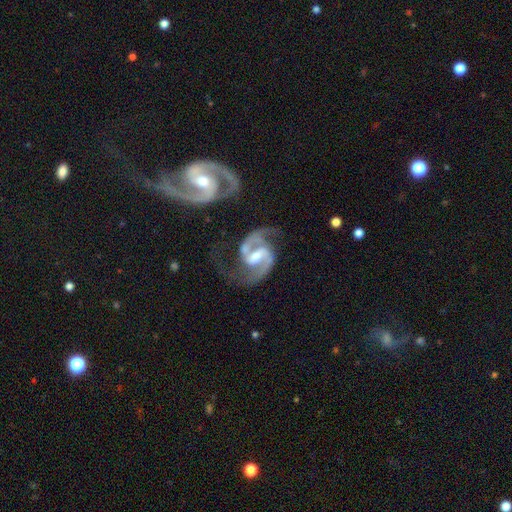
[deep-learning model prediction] Overall: featured or disk (93%). Edge-on disk: no (98%). Bar: weak (45%; strong 44%). Spiral arms: yes (98%). Spiral arm count: 2 (93%). Spiral winding: medium (64%). Bulge size: moderate (54%; small 33%). Merging: none (60%).